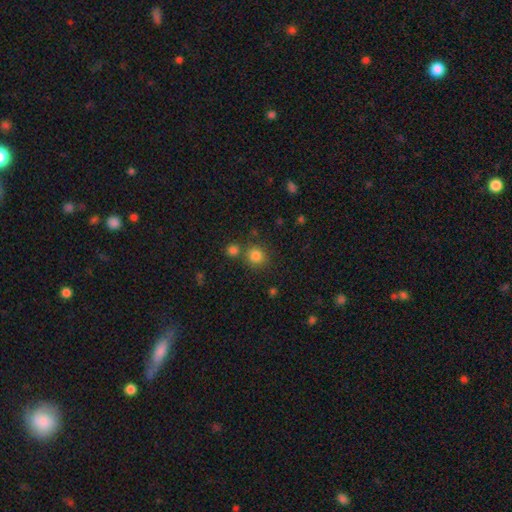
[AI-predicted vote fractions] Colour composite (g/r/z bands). It shows a smooth galaxy with no disk features (82%) that is round (87%). Merging: none (72%).